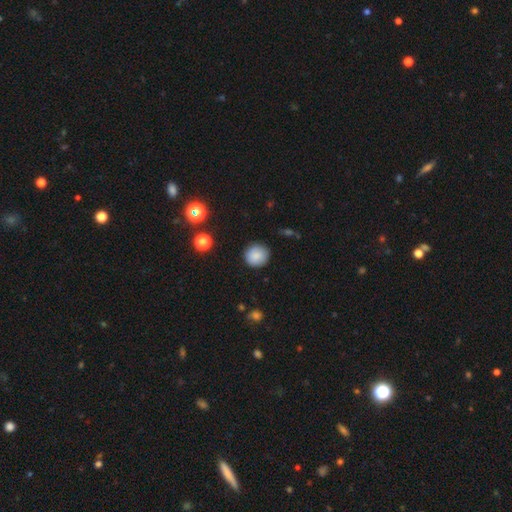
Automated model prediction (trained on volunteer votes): This is clearly a smooth galaxy (85%). How rounded: clearly round (92%). Merging: clearly none (88%).